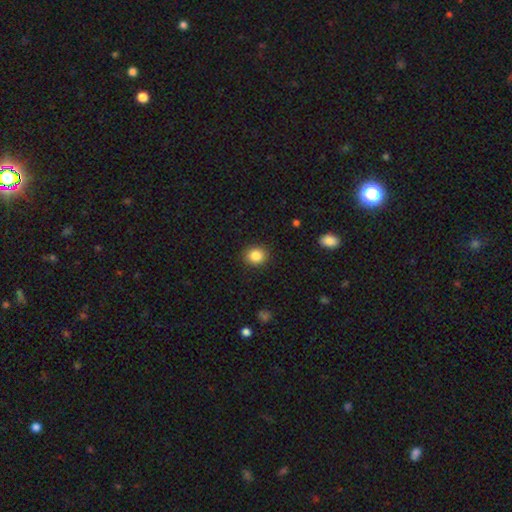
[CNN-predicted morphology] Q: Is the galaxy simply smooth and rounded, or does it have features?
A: smooth — 86%.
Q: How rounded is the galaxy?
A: round — 78%.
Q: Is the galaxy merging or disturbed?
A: none — 90%.